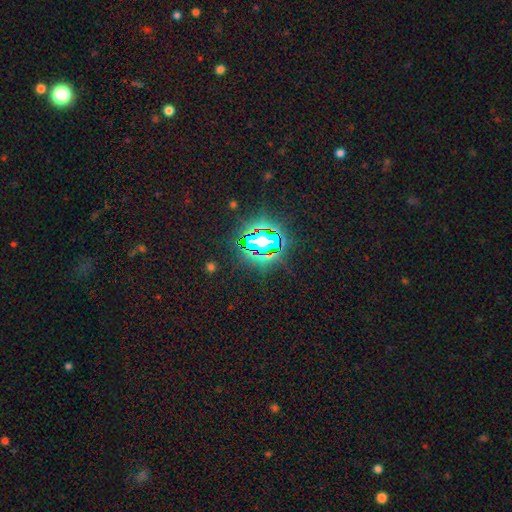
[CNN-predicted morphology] smooth-or-featured: star or artifact: 82% | smooth: 12% | featured or disk: 7%